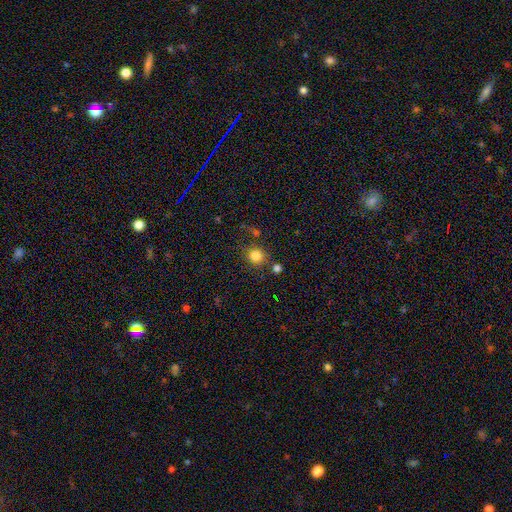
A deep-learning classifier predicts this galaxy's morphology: A smooth galaxy with no disk features (83%) that is round (90%).

Vote fractions:
- Smooth or featured? smooth: 83% / star or artifact: 12% / featured or disk: 5%
- How rounded? round: 90% / in between: 9% / cigar-shaped: 1%
- Merging? none: 74% / minor disturbance: 11% / merger: 10% / major disturbance: 5%